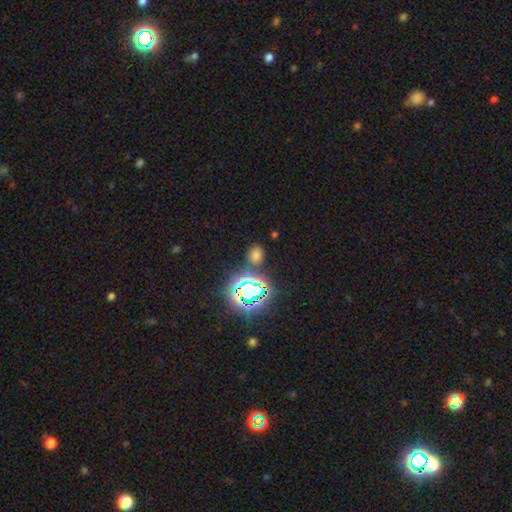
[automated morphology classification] Smooth or featured: smooth — 60% (star or artifact — 34%)
How rounded: round — 61% (in between — 37%)
Merging: none — 81% (minor disturbance — 9%)